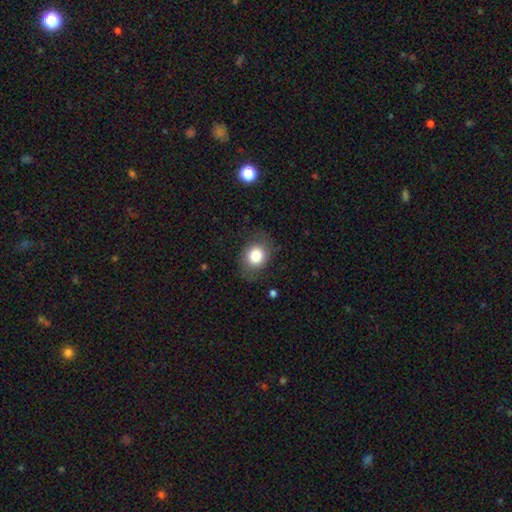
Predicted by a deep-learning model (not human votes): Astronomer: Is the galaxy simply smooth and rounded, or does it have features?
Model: smooth — 81%.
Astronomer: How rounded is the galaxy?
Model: round — 60% (runner-up: in between, 39%).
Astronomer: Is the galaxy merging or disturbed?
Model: none — 77%.